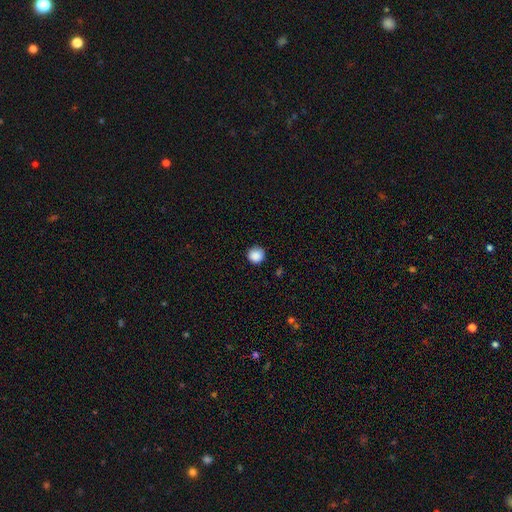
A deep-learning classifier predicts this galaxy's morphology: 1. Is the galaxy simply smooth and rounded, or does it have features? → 88% smooth, 9% star or artifact, 2% featured or disk.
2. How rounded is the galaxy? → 95% round, 4% in between, 1% cigar-shaped.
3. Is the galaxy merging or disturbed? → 90% none, 7% minor disturbance, 2% major disturbance, 1% merger.